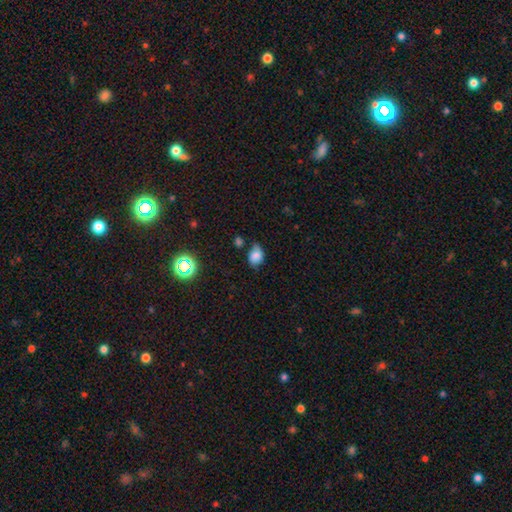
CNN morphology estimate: Smooth or featured? Predicted: smooth (p=0.72). How rounded? Predicted: in between (p=0.67). Merging? Predicted: none (p=0.51).